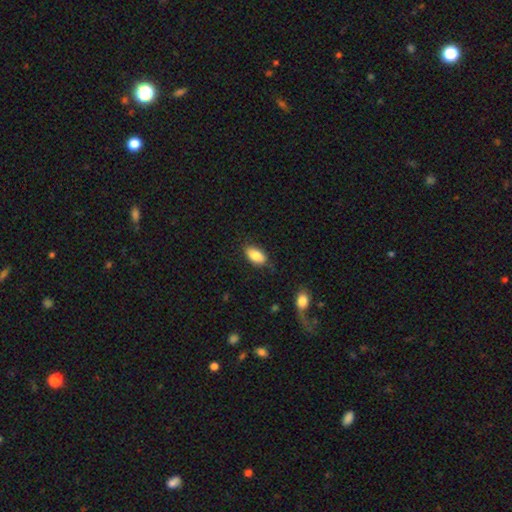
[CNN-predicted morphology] smooth_or_featured: smooth (p=0.83) [alt: featured or disk p=0.10]
how_rounded: in between (p=0.92) [alt: round p=0.04]
merging: none (p=0.80) [alt: minor disturbance p=0.15]